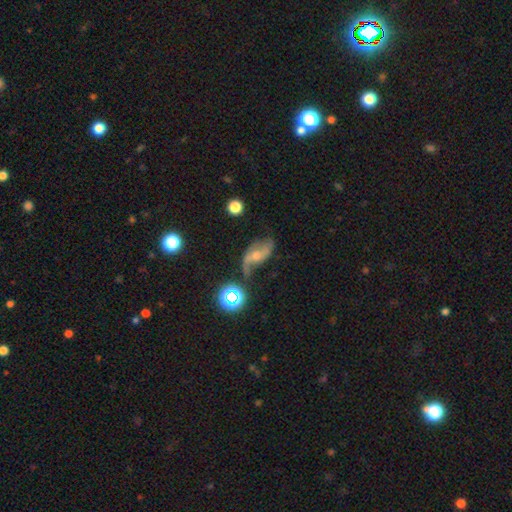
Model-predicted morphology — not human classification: A featured or disk galaxy (74%) with no bar (58%), 2 (86%) loose (77%) spiral arms (90%) and a small central bulge (48%).

Vote fractions:
- Smooth or featured? featured or disk: 74% / smooth: 15% / star or artifact: 11%
- Edge-on disk? no: 94% / yes: 6%
- Bar? no: 58% / weak: 30% / strong: 12%
- Spiral arms? yes: 90% / no: 10%
- Spiral winding? loose: 77% / medium: 17% / tight: 6%
- Spiral arm count? 2: 86% / 1: 6% / can't tell: 5% / 3: 1% / 4: 1% / more than 4: 1%
- Bulge size? small: 48% / moderate: 46% / none: 3% / large: 2% / dominant: 1%
- Merging? none: 56% / minor disturbance: 24% / major disturbance: 15% / merger: 5%